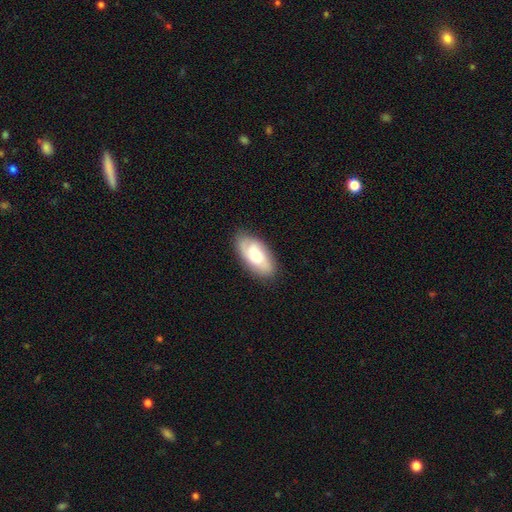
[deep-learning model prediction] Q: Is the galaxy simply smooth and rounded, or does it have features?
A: smooth — 56%.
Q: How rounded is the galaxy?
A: in between — 91%.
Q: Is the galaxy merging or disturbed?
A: none — 82%.